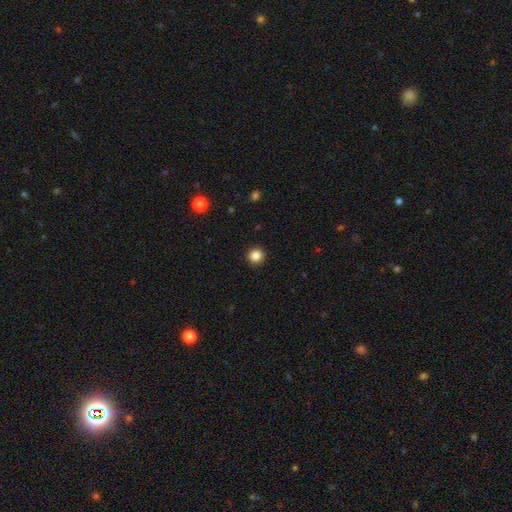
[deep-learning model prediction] Overall: smooth (85%). How rounded: round (94%). Merging: none (93%).